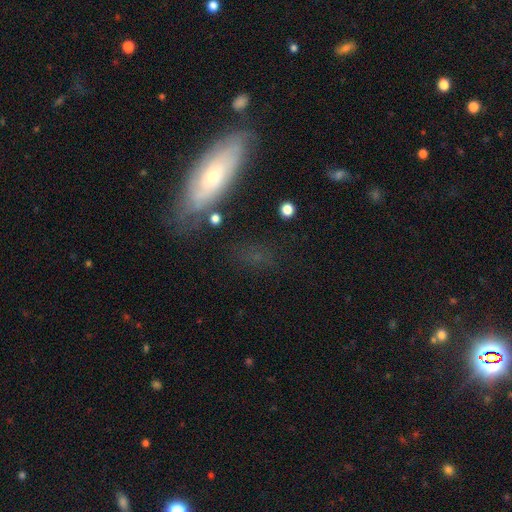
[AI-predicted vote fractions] Overall: smooth (43%; featured or disk 42%). Merging: none (66%).